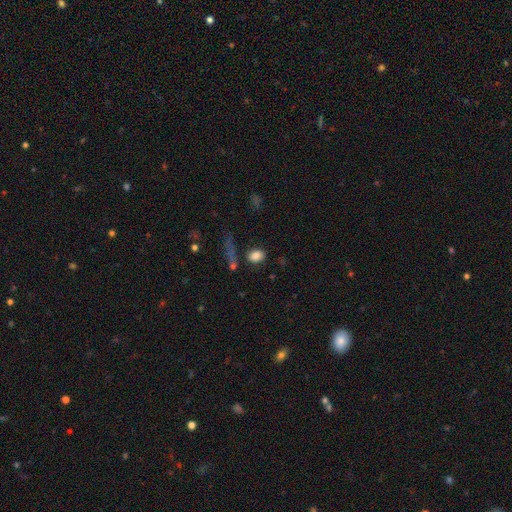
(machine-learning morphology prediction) This is clearly a smooth galaxy (82%). How rounded: likely in between (70%). Merging: likely none (72%).